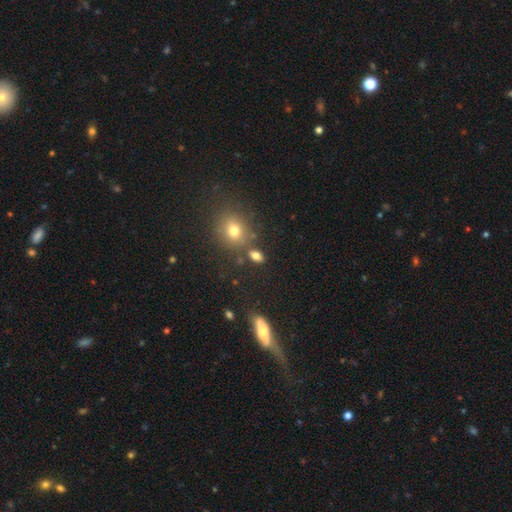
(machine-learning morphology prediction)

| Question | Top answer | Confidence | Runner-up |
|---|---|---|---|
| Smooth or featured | smooth | 78% | star or artifact (14%) |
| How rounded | in between | 78% | round (18%) |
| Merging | none | 73% | minor disturbance (12%) |